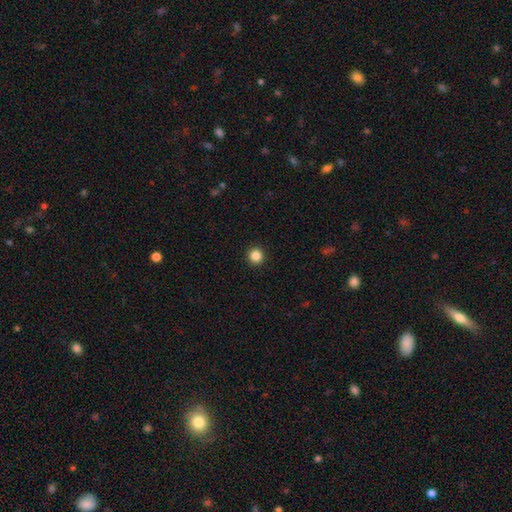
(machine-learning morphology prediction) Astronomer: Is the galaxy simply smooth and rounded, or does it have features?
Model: smooth — 85%.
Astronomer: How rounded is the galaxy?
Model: round — 95%.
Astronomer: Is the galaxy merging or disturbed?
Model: none — 93%.